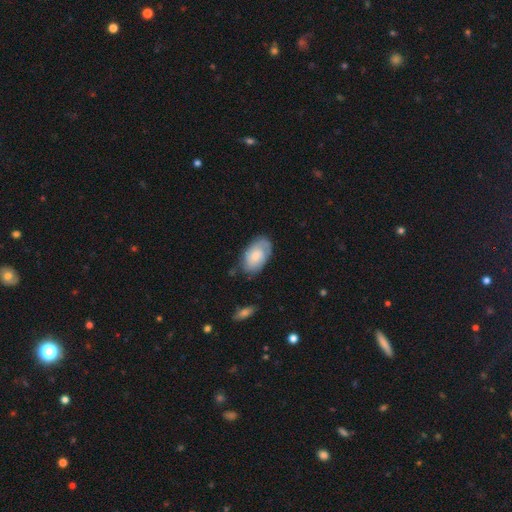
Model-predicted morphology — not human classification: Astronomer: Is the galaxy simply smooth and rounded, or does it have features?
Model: smooth — 65%.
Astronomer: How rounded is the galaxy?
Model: in between — 93%.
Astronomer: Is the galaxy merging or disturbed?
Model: none — 69%.